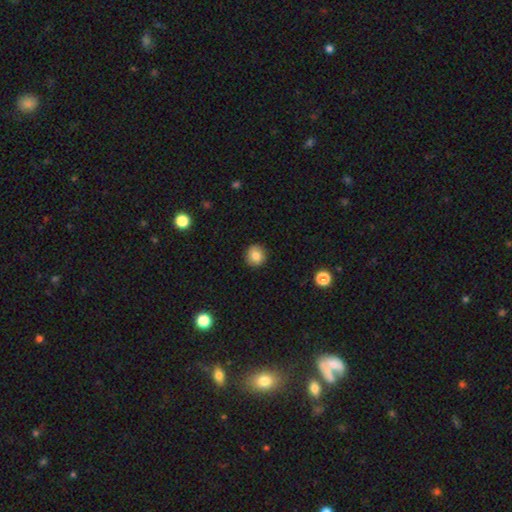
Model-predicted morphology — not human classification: Smooth or featured: smooth — 83% (star or artifact — 10%)
How rounded: round — 90% (in between — 9%)
Merging: none — 90% (minor disturbance — 7%)